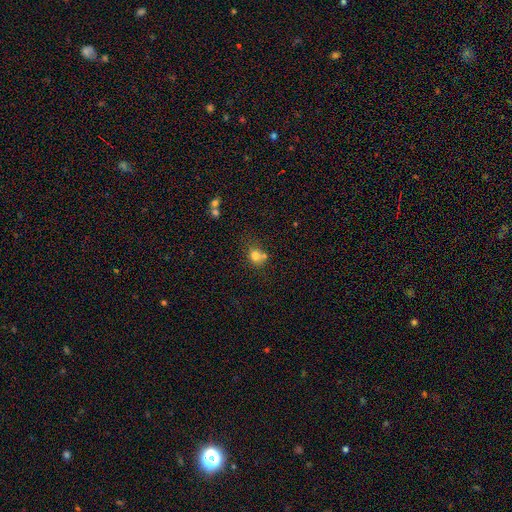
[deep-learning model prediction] Smooth or featured? smooth (75%)
How rounded? round (71%)
Merging? none (47%)